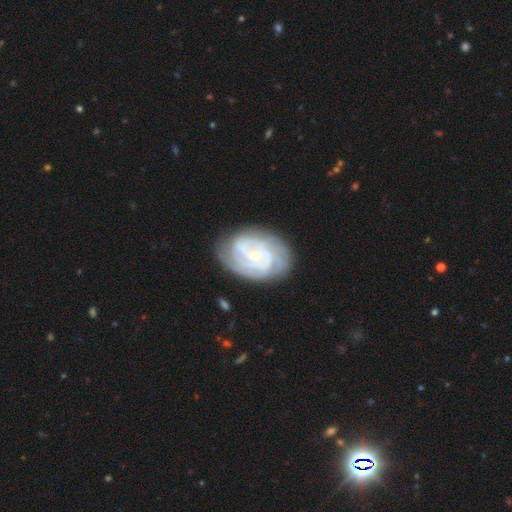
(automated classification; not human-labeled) smooth-or-featured: featured or disk: 84% | smooth: 10% | star or artifact: 6%
  disk-edge-on: no: 97% | yes: 3%
    bar: no: 58% | weak: 33% | strong: 9%
    has-spiral-arms: yes: 95% | no: 5%
      spiral-winding: tight: 71% | medium: 24% | loose: 5%
      spiral-arm-count: can't tell: 32% | 2: 23% | 3: 21% | 4: 12% | more than 4: 6% | 1: 5%
    bulge-size: small: 80% | moderate: 15% | none: 3% | large: 1% | dominant: 1%
  merging: none: 76% | minor disturbance: 17% | major disturbance: 6% | merger: 2%